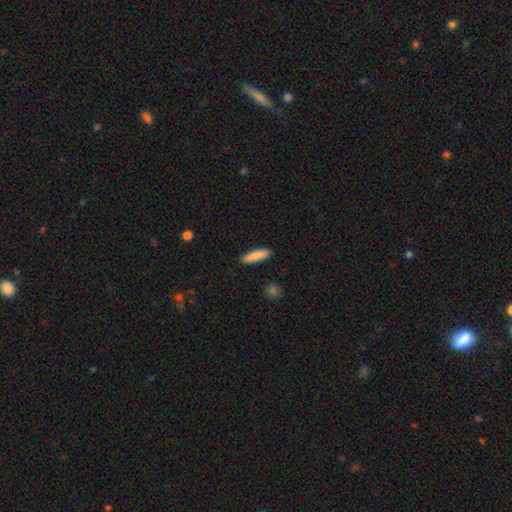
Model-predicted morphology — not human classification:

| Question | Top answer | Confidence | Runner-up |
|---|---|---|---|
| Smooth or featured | smooth | 87% | featured or disk (7%) |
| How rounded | cigar-shaped | 71% | in between (27%) |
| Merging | none | 90% | minor disturbance (7%) |